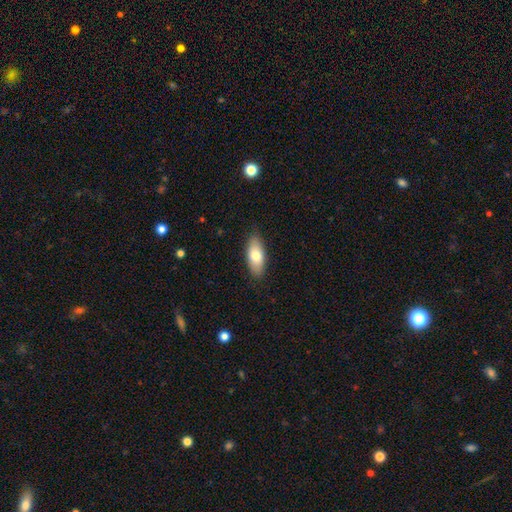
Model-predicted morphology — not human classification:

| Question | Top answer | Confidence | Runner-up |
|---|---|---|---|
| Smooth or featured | smooth | 76% | featured or disk (18%) |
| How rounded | in between | 83% | cigar-shaped (15%) |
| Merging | none | 86% | minor disturbance (11%) |